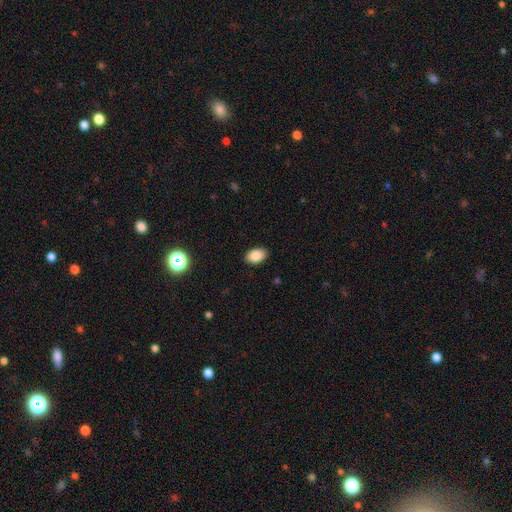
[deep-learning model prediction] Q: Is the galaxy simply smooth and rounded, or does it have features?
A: smooth — 87%.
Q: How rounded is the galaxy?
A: in between — 88%.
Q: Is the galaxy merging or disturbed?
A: none — 89%.